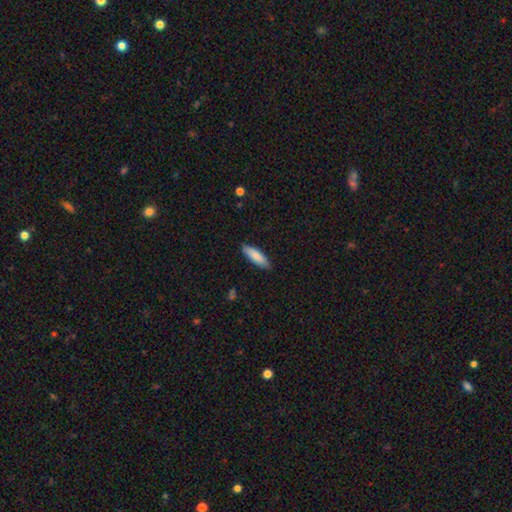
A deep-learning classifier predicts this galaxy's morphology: smooth-or-featured: smooth: 83% | featured or disk: 11% | star or artifact: 6%
  how-rounded: cigar-shaped: 54% | in between: 45% | round: 1%
  merging: none: 86% | minor disturbance: 11% | major disturbance: 2% | merger: 1%